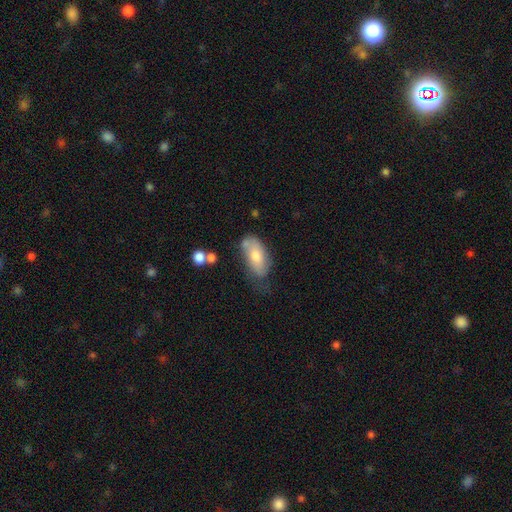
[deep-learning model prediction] Smooth or featured? smooth (62%)
How rounded? in between (90%)
Merging? none (47%)